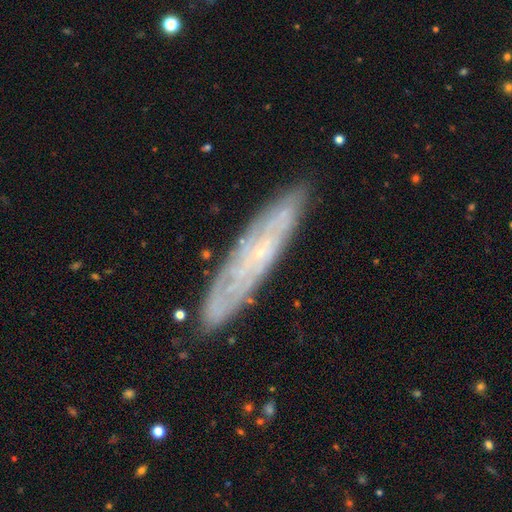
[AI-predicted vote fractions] Morphology: type=featured or disk (65%); edge-on=no (50%, tied with yes); merging=none (84%).